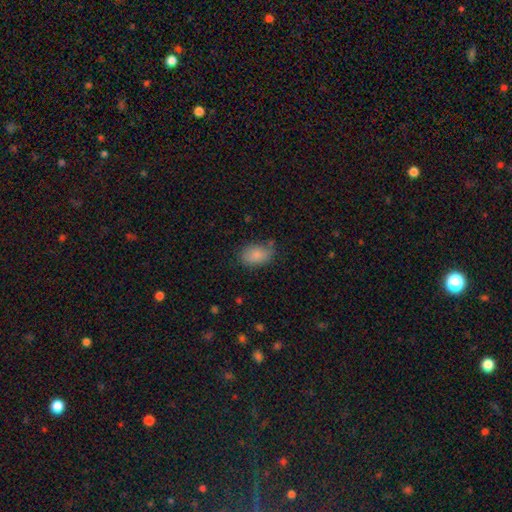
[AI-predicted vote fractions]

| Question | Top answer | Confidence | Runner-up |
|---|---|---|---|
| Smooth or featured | smooth | 83% | star or artifact (8%) |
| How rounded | in between | 85% | round (14%) |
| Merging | none | 65% | minor disturbance (25%) |